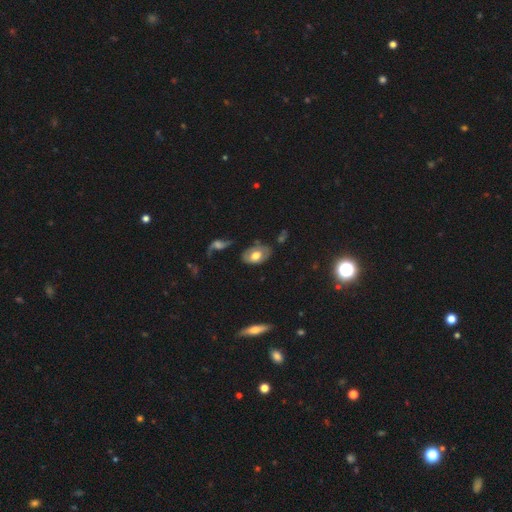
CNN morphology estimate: Q: Smooth or featured?
A: smooth (56%); runner-up: featured or disk (37%)
Q: How rounded?
A: in between (87%); runner-up: round (12%)
Q: Merging?
A: none (63%); runner-up: minor disturbance (24%)